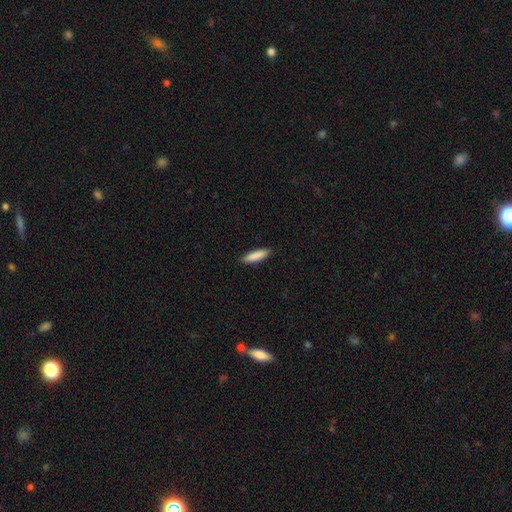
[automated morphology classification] This is clearly a smooth galaxy (88%). How rounded: likely cigar-shaped (70%). Merging: clearly none (89%).